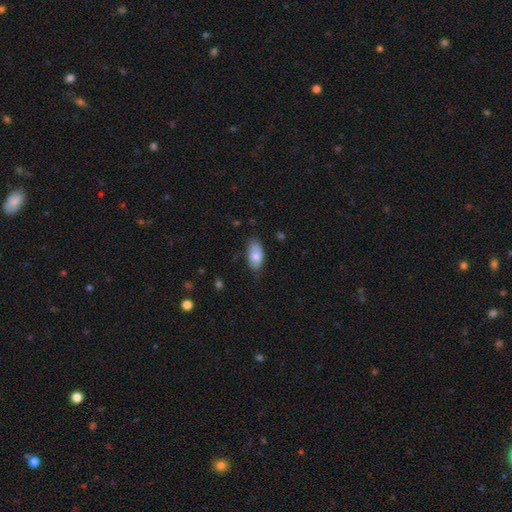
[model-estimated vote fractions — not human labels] A smooth galaxy with no disk features (78%) that is in between round and cigar-shaped (93%). Merging: none (69%).